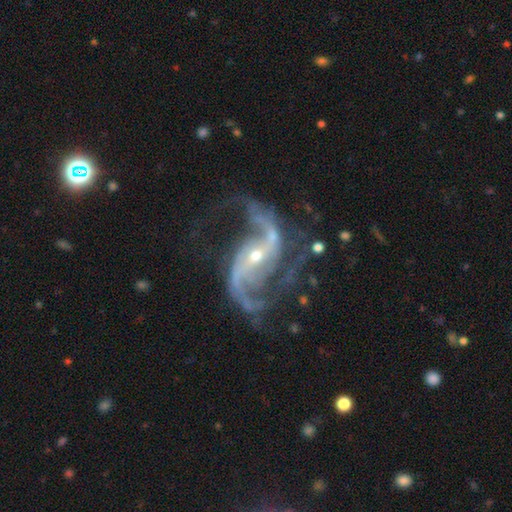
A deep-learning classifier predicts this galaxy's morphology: featured or disk 92%, star or artifact 5%, smooth 2%. Down the decision tree: edge-on disk — no (97%); bar — strong (41%); spiral arms — yes (98%); spiral arm count — 2 (84%); spiral winding — loose (52%); bulge size — small (68%); merging — none (61%).